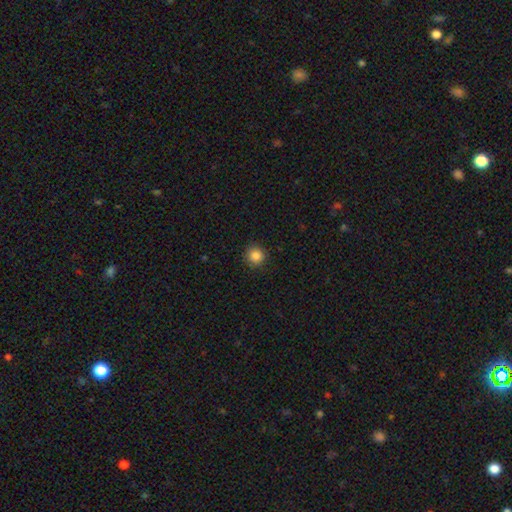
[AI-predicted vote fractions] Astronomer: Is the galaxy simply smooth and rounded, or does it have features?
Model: smooth — 86%.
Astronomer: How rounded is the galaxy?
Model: round — 94%.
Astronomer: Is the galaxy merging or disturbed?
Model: none — 92%.